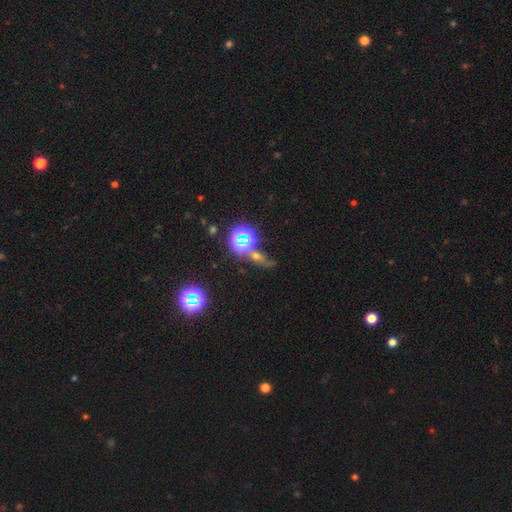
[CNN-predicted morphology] Smooth or featured: star or artifact — 53% (smooth — 29%)